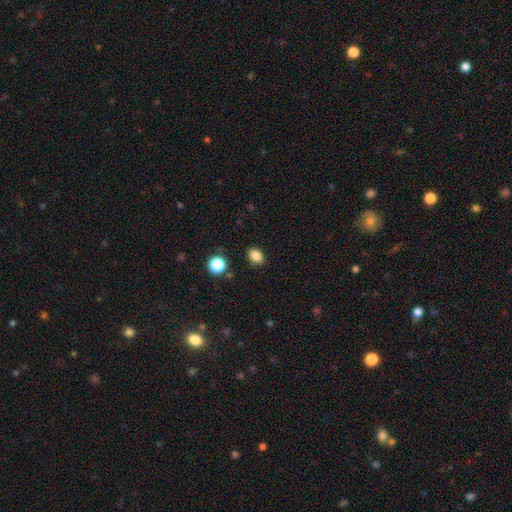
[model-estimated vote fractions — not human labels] Smooth or featured?
  - smooth: 84% *
  - star or artifact: 11%
  - featured or disk: 5%
How rounded?
  - in between: 70% *
  - round: 29%
  - cigar-shaped: 1%
Merging?
  - none: 88% *
  - minor disturbance: 8%
  - major disturbance: 2%
  - merger: 2%